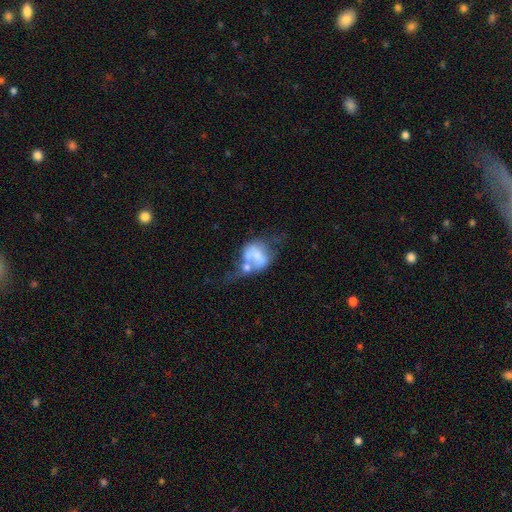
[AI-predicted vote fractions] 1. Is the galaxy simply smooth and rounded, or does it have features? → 47% featured or disk, 43% smooth, 10% star or artifact.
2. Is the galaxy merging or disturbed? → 42% merger, 29% major disturbance, 16% none, 13% minor disturbance.